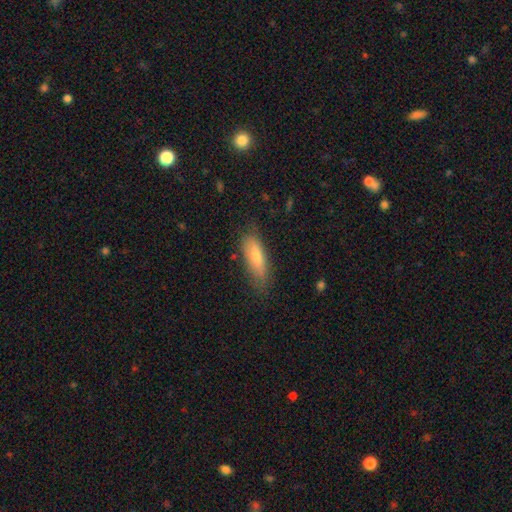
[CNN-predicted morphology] This is likely a smooth galaxy (74%). How rounded: possibly cigar-shaped (50%). Merging: likely none (76%).